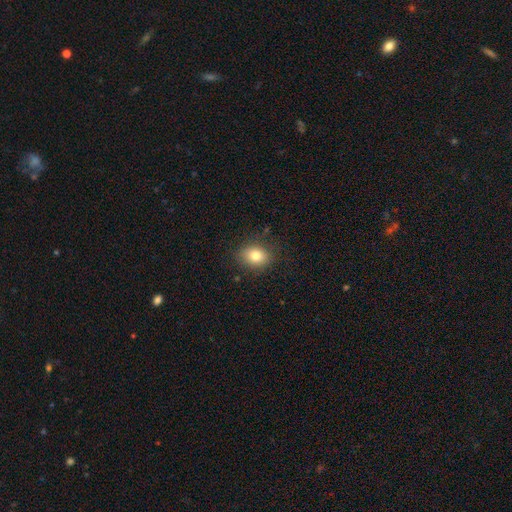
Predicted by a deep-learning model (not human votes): smooth 79%, star or artifact 10%, featured or disk 10%. Down the decision tree: how rounded — in between (57%); merging — none (84%).